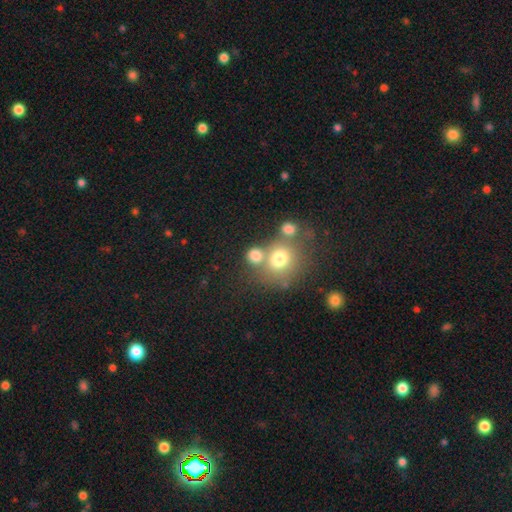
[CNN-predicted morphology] This appears to be a smooth galaxy with no disk features (75%) that is round (80%). Merging: none (52%).